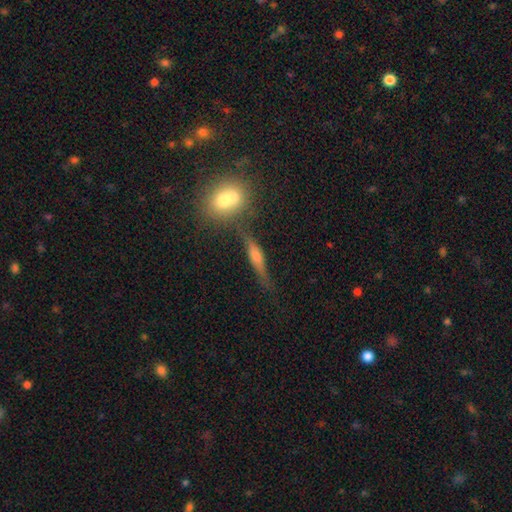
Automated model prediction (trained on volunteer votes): The model was most divided on "smooth or featured": featured or disk: 59%, smooth: 30%, star or artifact: 11%. More confident: edge-on disk — yes (90%); edge-on bulge — rounded (75%); merging — none (67%).